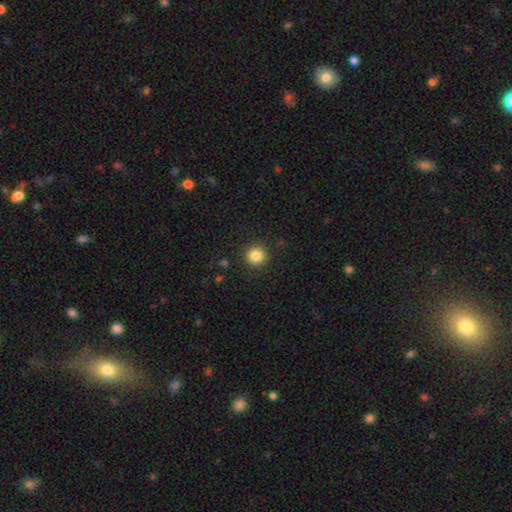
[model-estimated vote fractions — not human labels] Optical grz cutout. It shows a smooth galaxy with no disk features (85%) that is round (94%). Merging: none (91%).